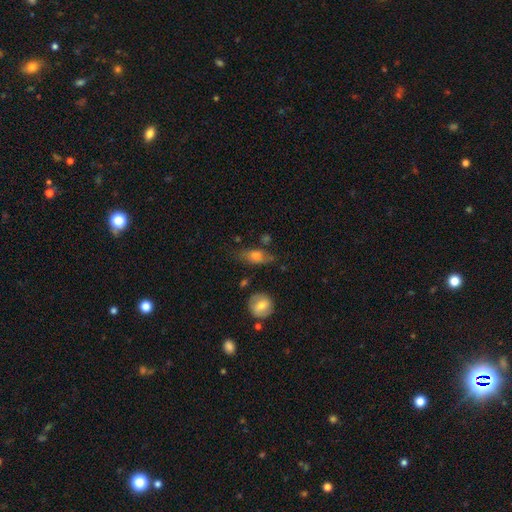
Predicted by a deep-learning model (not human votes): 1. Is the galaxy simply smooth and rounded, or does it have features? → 64% smooth, 26% featured or disk, 10% star or artifact.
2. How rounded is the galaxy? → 70% in between, 16% cigar-shaped, 14% round.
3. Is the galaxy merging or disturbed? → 63% none, 24% minor disturbance, 9% major disturbance, 4% merger.